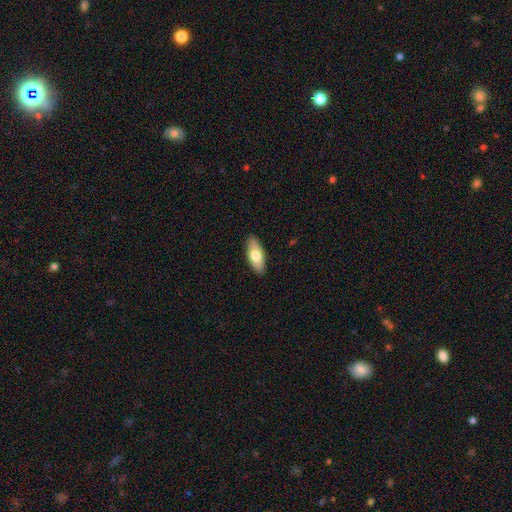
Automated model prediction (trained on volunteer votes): The model was most divided on "smooth or featured": smooth: 73%, featured or disk: 21%, star or artifact: 6%. More confident: merging — none (89%); how rounded — in between (84%).